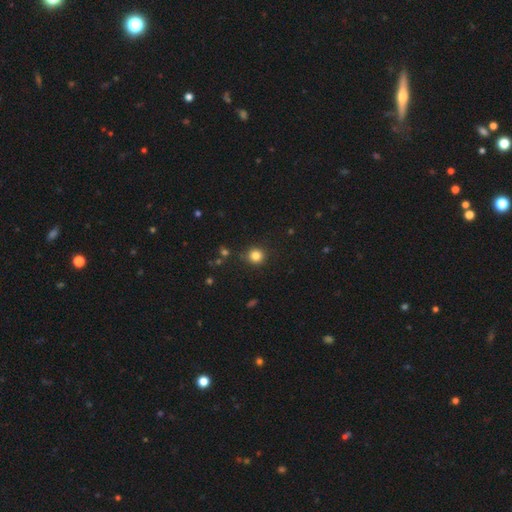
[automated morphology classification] Smooth or featured?
  - smooth: 82% *
  - star or artifact: 13%
  - featured or disk: 5%
How rounded?
  - round: 92% *
  - in between: 7%
  - cigar-shaped: 1%
Merging?
  - none: 87% *
  - minor disturbance: 8%
  - major disturbance: 2%
  - merger: 2%